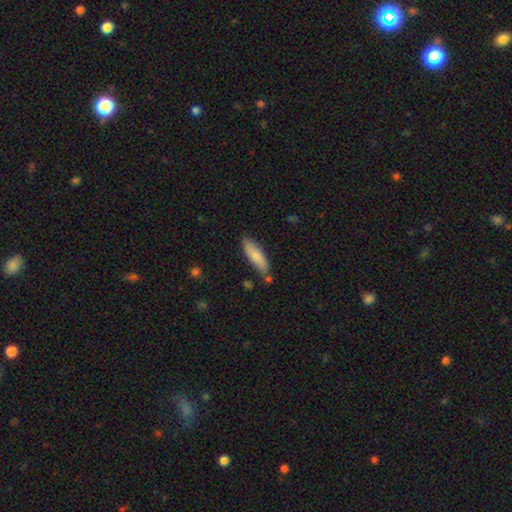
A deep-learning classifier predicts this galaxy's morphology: This appears to be a smooth galaxy with no disk features (77%) that is cigar-shaped (52%). Merging: none (76%).